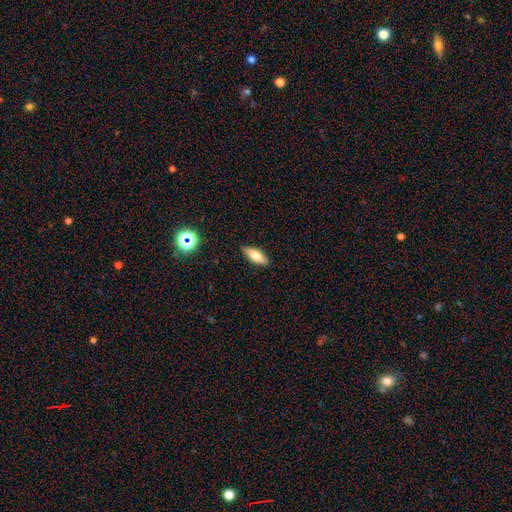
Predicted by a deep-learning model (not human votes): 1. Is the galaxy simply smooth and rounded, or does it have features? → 67% smooth, 25% featured or disk, 8% star or artifact.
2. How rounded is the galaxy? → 71% in between, 26% cigar-shaped, 3% round.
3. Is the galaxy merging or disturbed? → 87% none, 10% minor disturbance, 2% major disturbance, 1% merger.